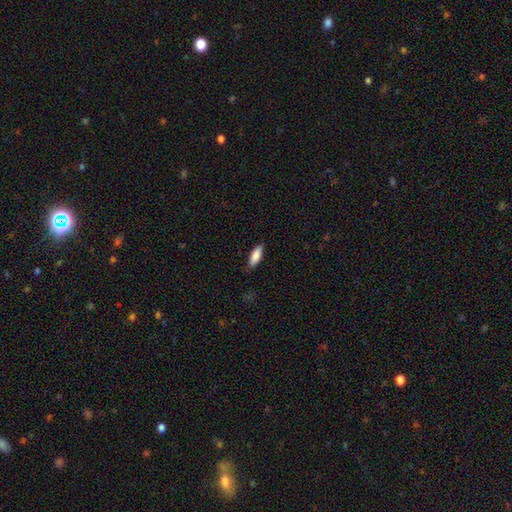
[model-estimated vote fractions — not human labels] smooth_or_featured: smooth (p=0.86) [alt: featured or disk p=0.09]
how_rounded: in between (p=0.61) [alt: cigar-shaped p=0.37]
merging: none (p=0.85) [alt: minor disturbance p=0.12]